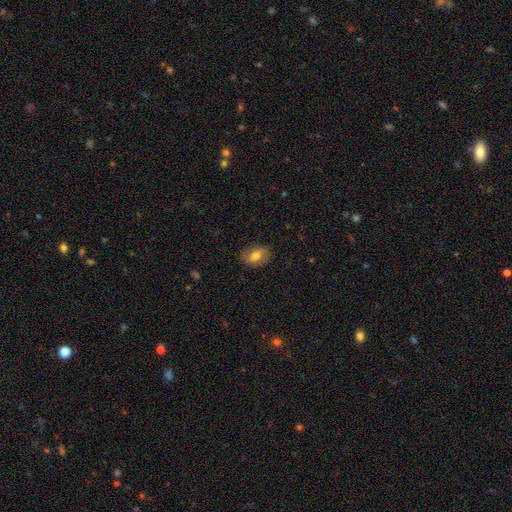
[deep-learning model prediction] Smooth or featured? smooth (64%)
How rounded? in between (78%)
Merging? none (81%)